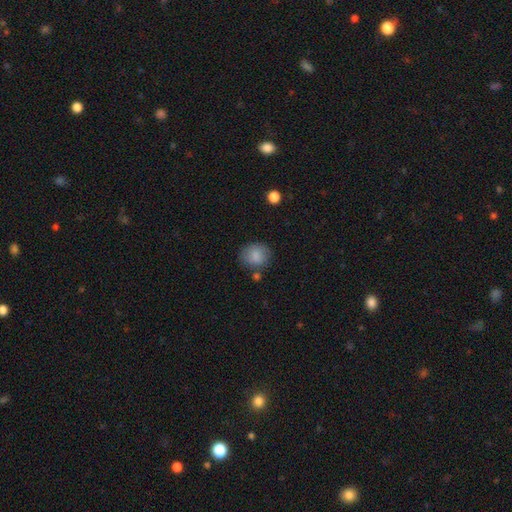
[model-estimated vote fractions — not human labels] Q: Smooth or featured?
A: smooth (85%); runner-up: star or artifact (8%)
Q: How rounded?
A: round (70%); runner-up: in between (29%)
Q: Merging?
A: none (73%); runner-up: minor disturbance (17%)